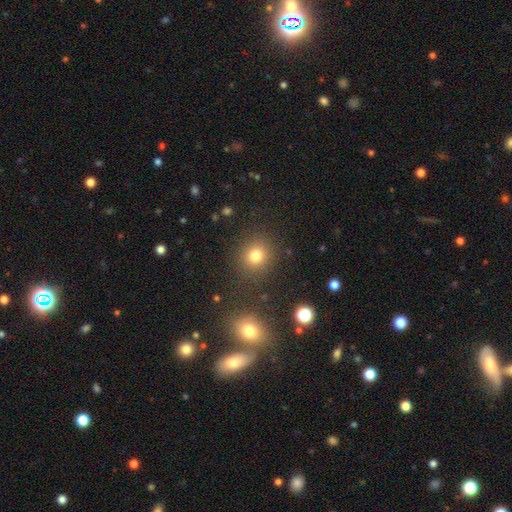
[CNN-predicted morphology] Smooth or featured? Predicted: smooth (p=0.77). How rounded? Predicted: round (p=0.88). Merging? Predicted: none (p=0.84).